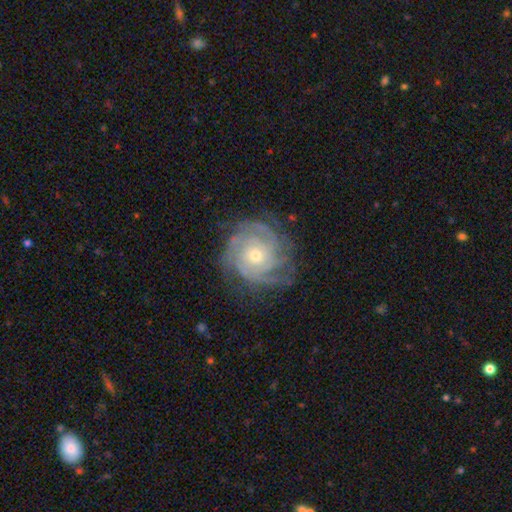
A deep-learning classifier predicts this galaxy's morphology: Overall: featured or disk (86%). Edge-on disk: no (97%). Bar: no (80%). Spiral arms: yes (96%). Spiral arm count: can't tell (28%; 3 23%). Spiral winding: tight (75%). Bulge size: small (55%; moderate 41%). Merging: none (75%).